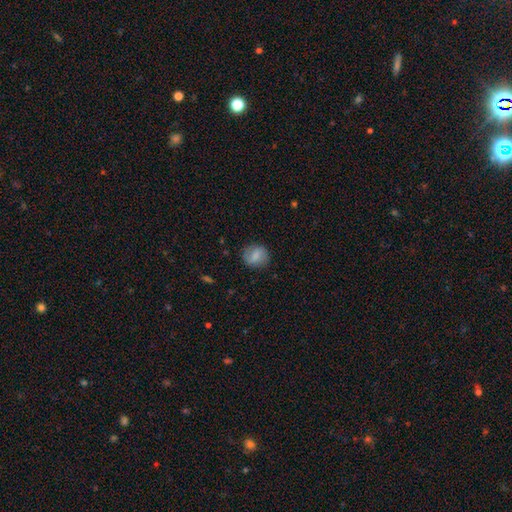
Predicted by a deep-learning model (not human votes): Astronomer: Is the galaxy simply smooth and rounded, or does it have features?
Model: smooth — 72%.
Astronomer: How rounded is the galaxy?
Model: round — 75%.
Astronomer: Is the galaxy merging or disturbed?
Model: none — 82%.